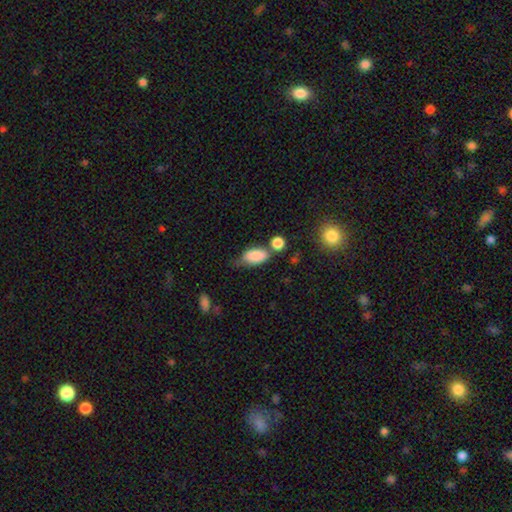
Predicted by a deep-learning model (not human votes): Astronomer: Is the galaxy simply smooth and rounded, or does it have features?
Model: smooth — 85%.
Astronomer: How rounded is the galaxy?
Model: in between — 90%.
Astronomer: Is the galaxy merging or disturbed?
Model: none — 41% (runner-up: minor disturbance, 29%).